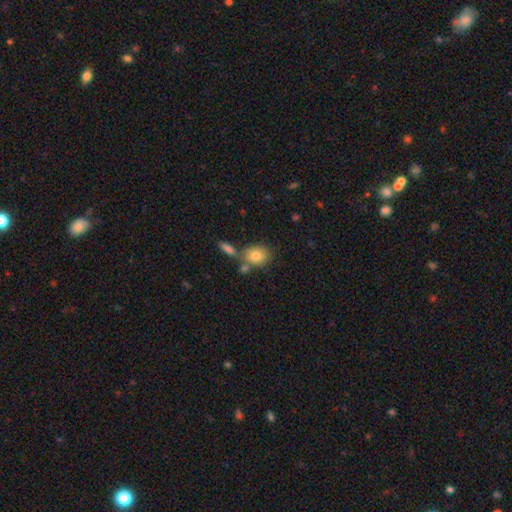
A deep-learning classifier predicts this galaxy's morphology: type=smooth (81%); roundness=in between (52%); merging=none (60%).